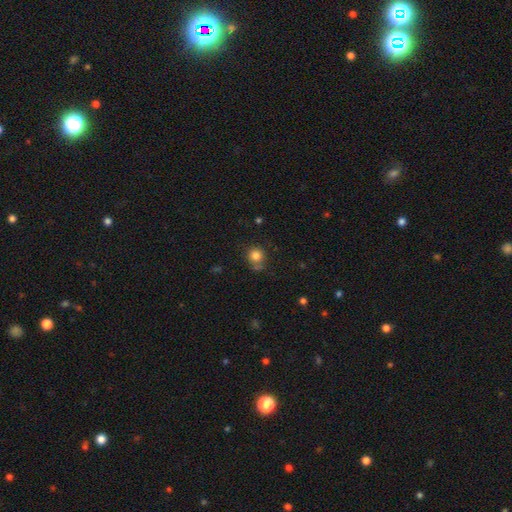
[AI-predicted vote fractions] Smooth or featured: smooth — 82% (star or artifact — 12%)
How rounded: round — 89% (in between — 10%)
Merging: none — 68% (minor disturbance — 17%)